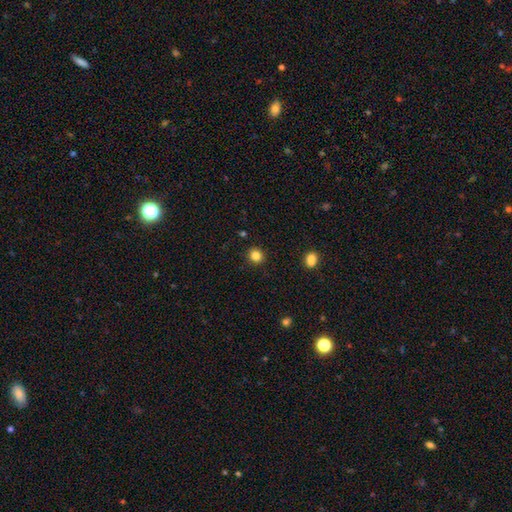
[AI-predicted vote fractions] Smooth or featured? Predicted: smooth (p=0.83). How rounded? Predicted: round (p=0.88). Merging? Predicted: none (p=0.91).